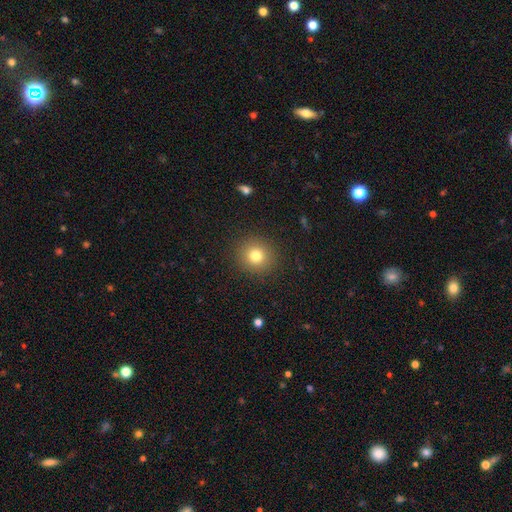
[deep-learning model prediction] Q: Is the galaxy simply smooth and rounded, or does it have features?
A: smooth — 78%.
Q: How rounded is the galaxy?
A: round — 90%.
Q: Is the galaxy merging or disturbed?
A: none — 90%.